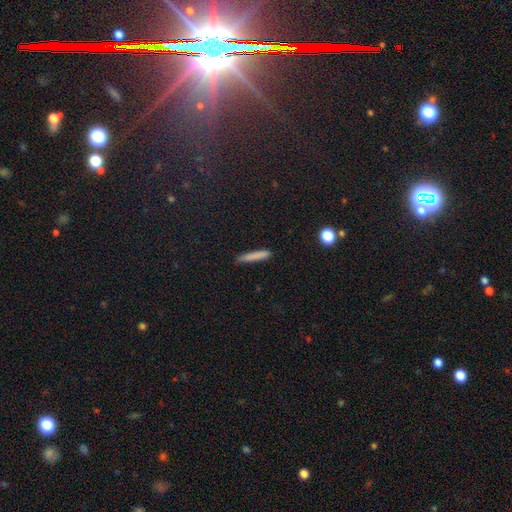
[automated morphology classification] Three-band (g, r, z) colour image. It shows a smooth galaxy with no disk features (81%) that is cigar-shaped (94%). Merging: none (85%).